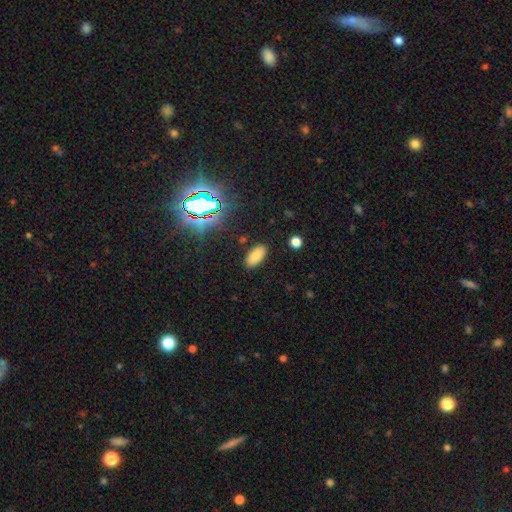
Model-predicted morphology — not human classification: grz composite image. It shows a smooth galaxy with no disk features (79%) that is in between round and cigar-shaped (92%). Merging: none (87%).